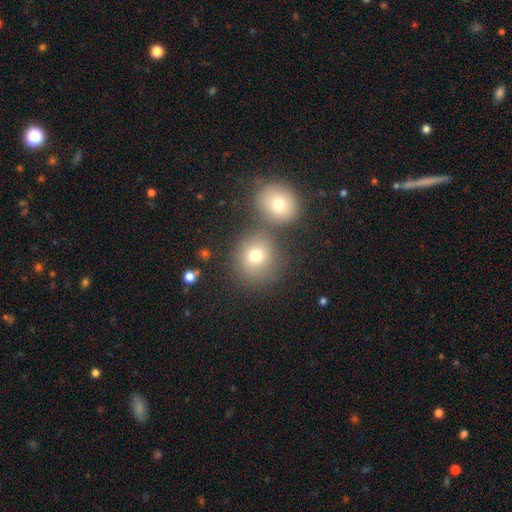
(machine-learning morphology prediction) Smooth or featured? Predicted: smooth (p=0.74). How rounded? Predicted: round (p=0.80). Merging? Predicted: none (p=0.62).